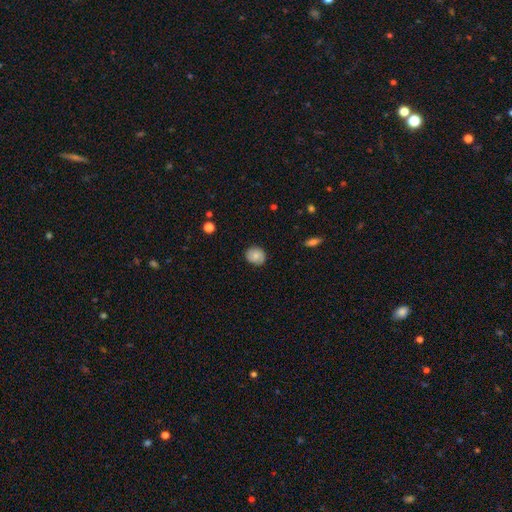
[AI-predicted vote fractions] smooth_or_featured: smooth (p=0.74) [alt: featured or disk p=0.18]
how_rounded: round (p=0.75) [alt: in between p=0.24]
merging: none (p=0.81) [alt: minor disturbance p=0.15]